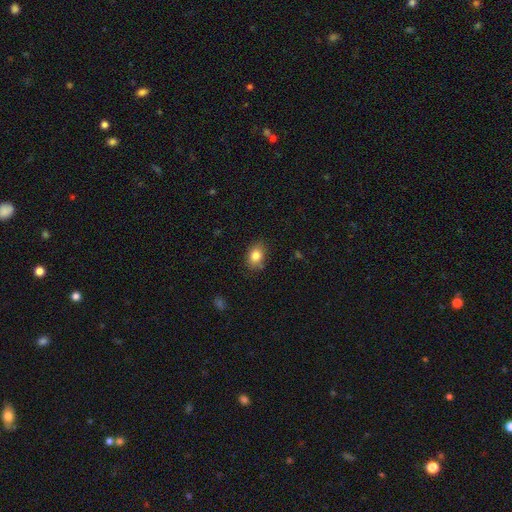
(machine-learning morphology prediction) smooth-or-featured: smooth: 83% | star or artifact: 9% | featured or disk: 8%
  how-rounded: in between: 74% | round: 25% | cigar-shaped: 1%
  merging: none: 81% | minor disturbance: 15% | major disturbance: 3% | merger: 2%